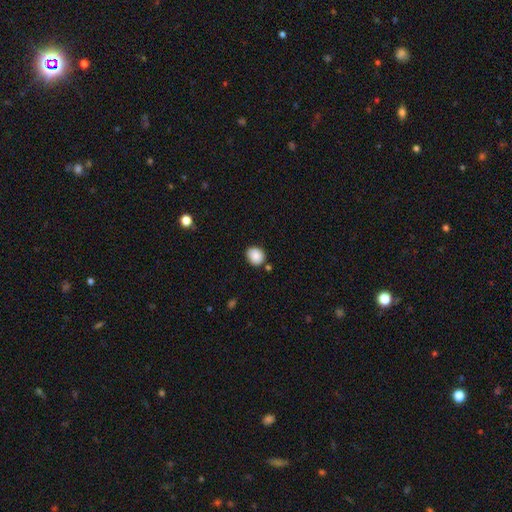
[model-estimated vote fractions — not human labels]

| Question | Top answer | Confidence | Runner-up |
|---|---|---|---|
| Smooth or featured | smooth | 88% | star or artifact (8%) |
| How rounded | round | 64% | in between (35%) |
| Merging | none | 80% | minor disturbance (13%) |